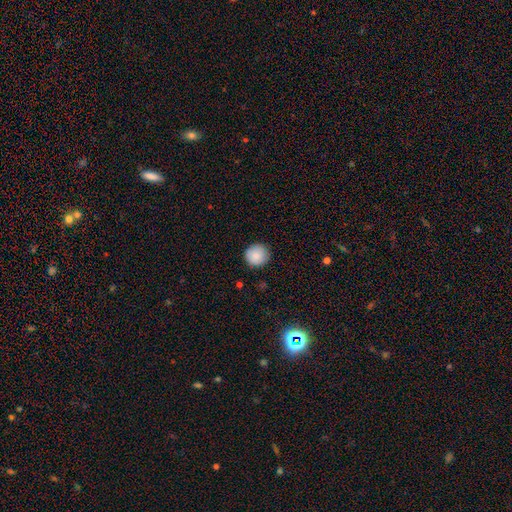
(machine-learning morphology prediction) Overall: smooth (86%). How rounded: round (93%). Merging: none (88%).